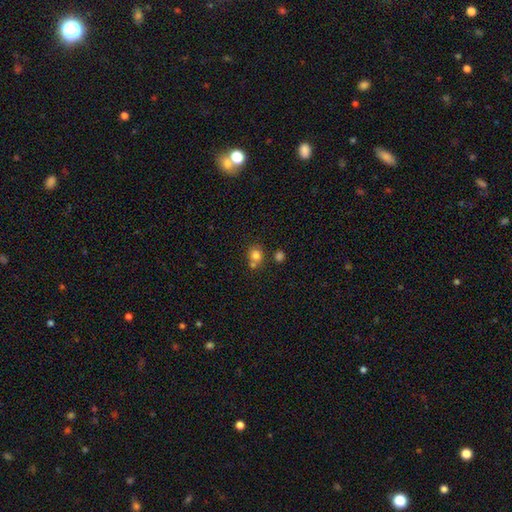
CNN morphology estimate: The model was most divided on "merging": none: 55%, merger: 32%, minor disturbance: 10%, major disturbance: 4%. More confident: how rounded — round (82%); smooth or featured — smooth (79%).